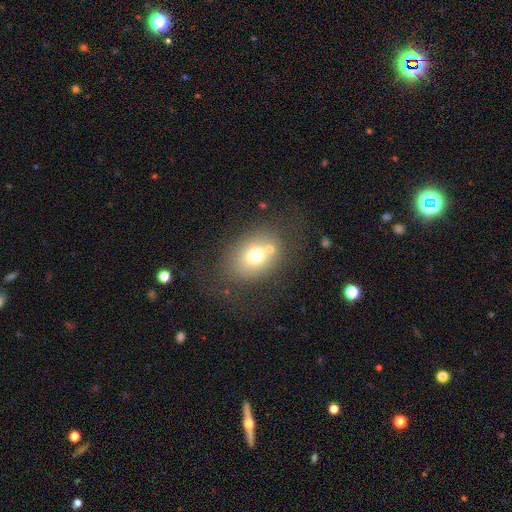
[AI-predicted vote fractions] This is likely a smooth galaxy (68%). How rounded: likely in between (62%). Merging: possibly none (59%).